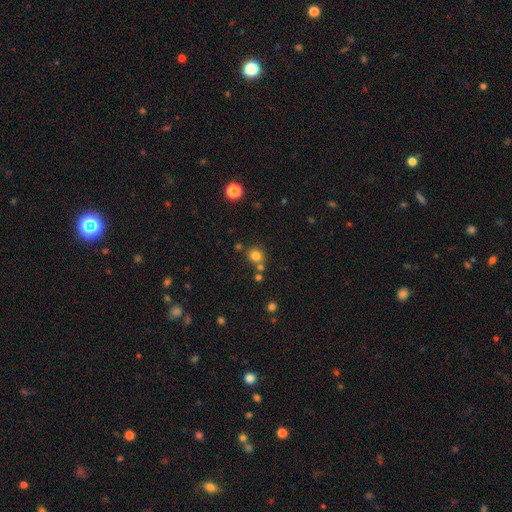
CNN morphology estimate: A smooth galaxy with no disk features (78%) that is round (88%).

Vote fractions:
- Smooth or featured? smooth: 78% / star or artifact: 15% / featured or disk: 7%
- How rounded? round: 88% / in between: 11% / cigar-shaped: 1%
- Merging? none: 70% / merger: 18% / minor disturbance: 9% / major disturbance: 3%